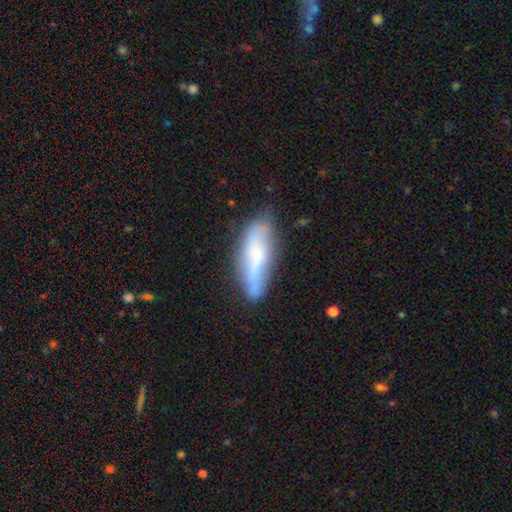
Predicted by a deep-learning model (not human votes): Smooth or featured: smooth — 52% (featured or disk — 40%)
How rounded: cigar-shaped — 53% (in between — 45%)
Merging: none — 59% (minor disturbance — 27%)